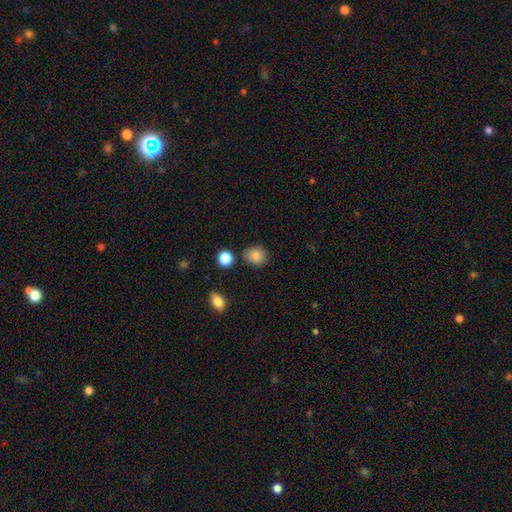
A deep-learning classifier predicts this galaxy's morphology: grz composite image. It shows a smooth galaxy with no disk features (85%) that is round (68%). Merging: none (82%).